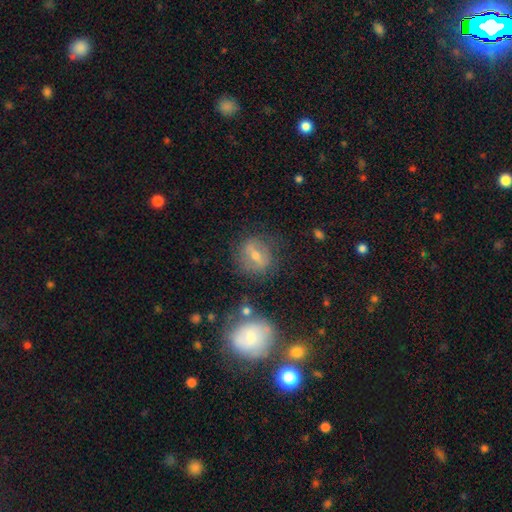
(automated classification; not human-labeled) Smooth or featured? Predicted: featured or disk (p=0.48). Merging? Predicted: none (p=0.72).